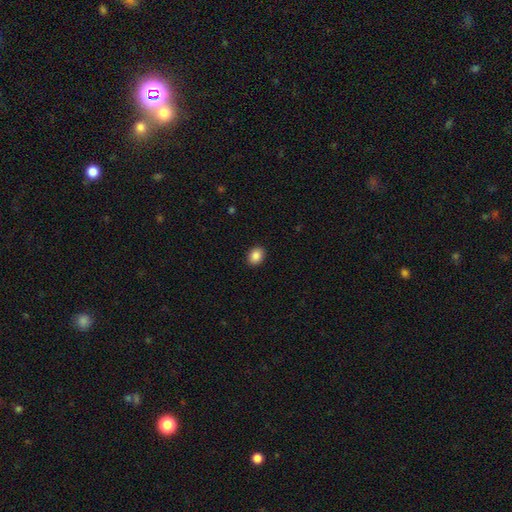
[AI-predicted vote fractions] A smooth galaxy with no disk features (87%) that is in between round and cigar-shaped (50%).

Vote fractions:
- Smooth or featured? smooth: 87% / star or artifact: 9% / featured or disk: 4%
- How rounded? in between: 50% / round: 49% / cigar-shaped: 1%
- Merging? none: 91% / minor disturbance: 6% / major disturbance: 2% / merger: 1%